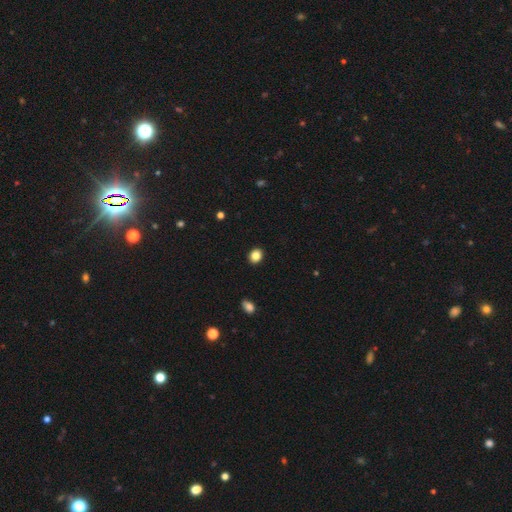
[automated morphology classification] Smooth or featured? smooth (86%)
How rounded? round (66%)
Merging? none (92%)